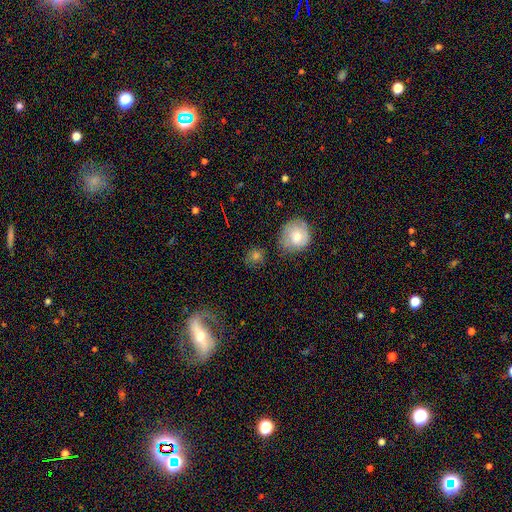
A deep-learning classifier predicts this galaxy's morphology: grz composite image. It shows a smooth galaxy with no disk features (60%) that is round (79%). Merging: none (70%).